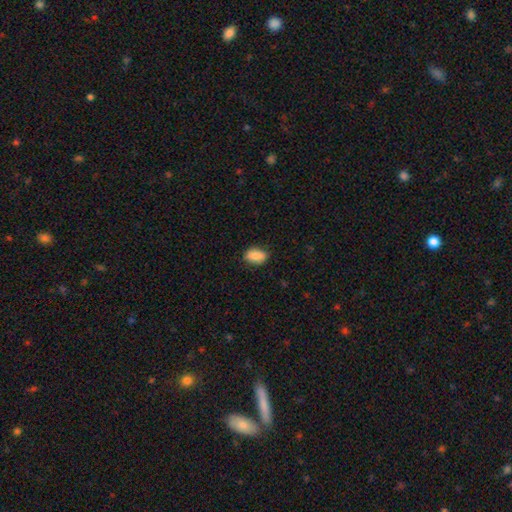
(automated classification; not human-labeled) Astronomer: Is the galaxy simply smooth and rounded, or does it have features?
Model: smooth — 86%.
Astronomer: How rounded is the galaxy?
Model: in between — 89%.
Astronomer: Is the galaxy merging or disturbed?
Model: none — 82%.